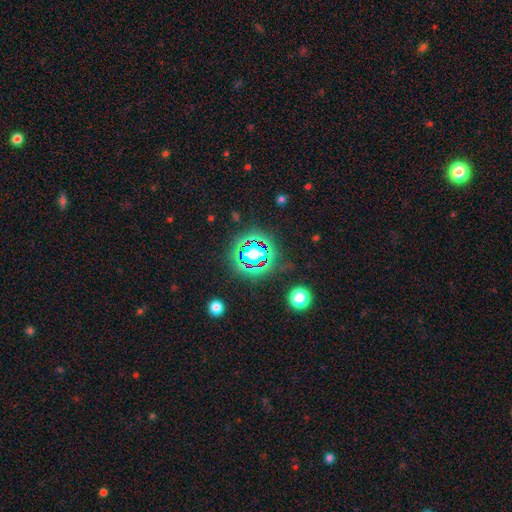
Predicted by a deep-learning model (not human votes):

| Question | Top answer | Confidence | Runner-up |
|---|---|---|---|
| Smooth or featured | star or artifact | 78% | smooth (14%) |